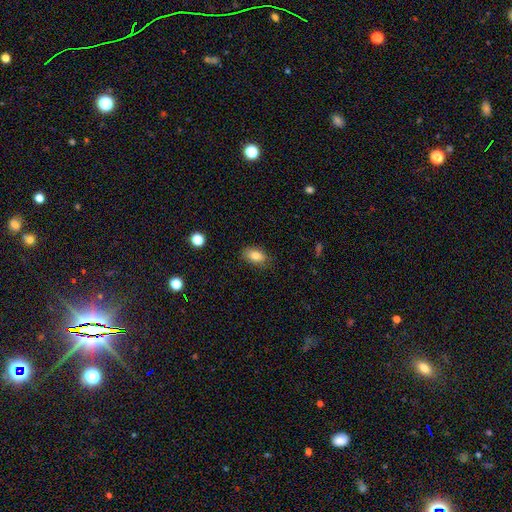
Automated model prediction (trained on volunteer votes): A smooth galaxy with no disk features (81%) that is in between round and cigar-shaped (86%). Merging: none (81%).